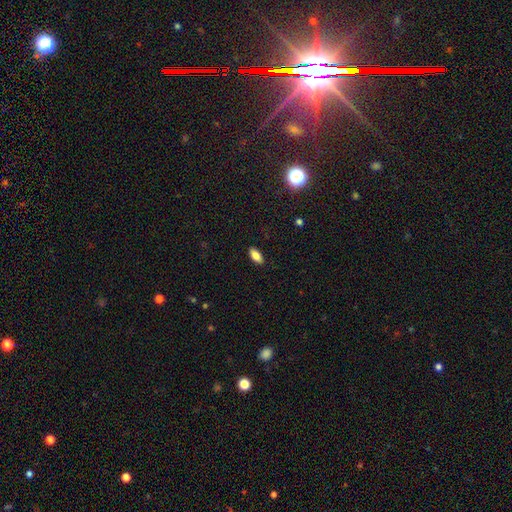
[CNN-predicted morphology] This is clearly a smooth galaxy (81%). How rounded: clearly in between (87%). Merging: clearly none (89%).